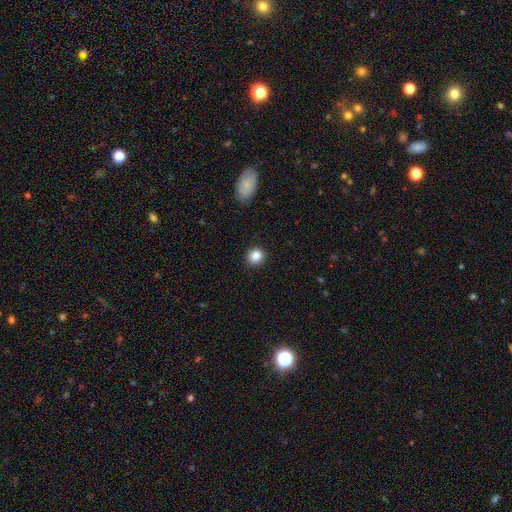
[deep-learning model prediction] Morphology: type=smooth (85%); roundness=round (85%); merging=none (91%).